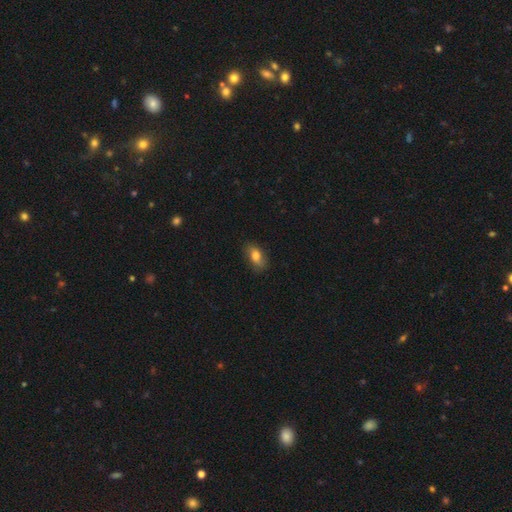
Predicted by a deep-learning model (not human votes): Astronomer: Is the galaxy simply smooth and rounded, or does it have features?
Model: smooth — 74%.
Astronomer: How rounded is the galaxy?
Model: in between — 86%.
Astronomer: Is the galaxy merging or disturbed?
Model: none — 80%.